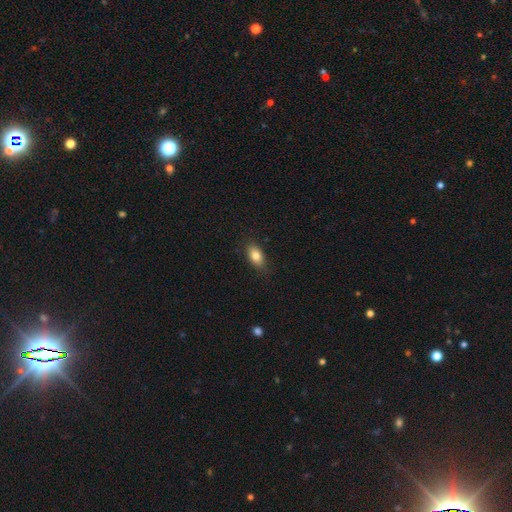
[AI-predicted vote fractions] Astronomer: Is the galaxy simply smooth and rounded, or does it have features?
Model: smooth — 82%.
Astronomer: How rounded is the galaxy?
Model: in between — 87%.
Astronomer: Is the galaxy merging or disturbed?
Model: none — 84%.